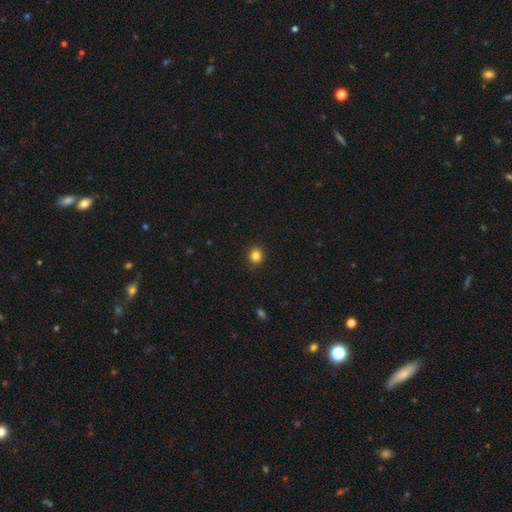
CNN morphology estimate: A smooth galaxy with no disk features (83%) that is round (88%).

Vote fractions:
- Smooth or featured? smooth: 83% / star or artifact: 12% / featured or disk: 5%
- How rounded? round: 88% / in between: 12% / cigar-shaped: 1%
- Merging? none: 89% / minor disturbance: 8% / major disturbance: 2% / merger: 1%